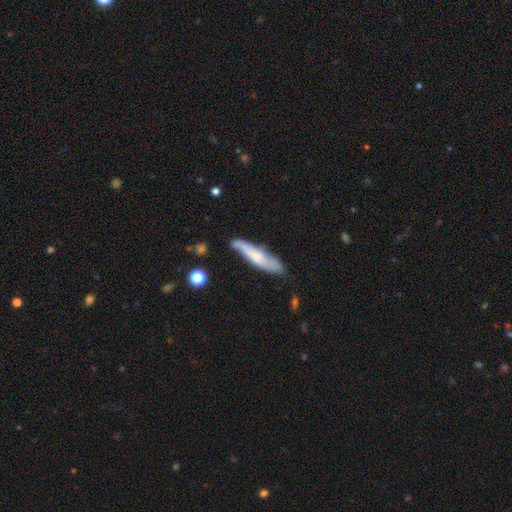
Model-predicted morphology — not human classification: smooth 54%, featured or disk 40%, star or artifact 6%. Down the decision tree: how rounded — cigar-shaped (80%); merging — none (63%).